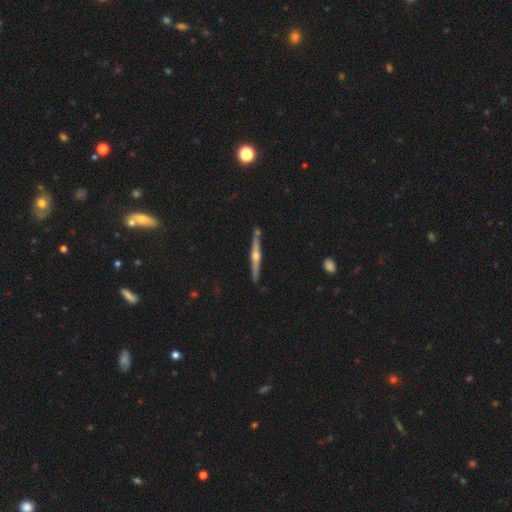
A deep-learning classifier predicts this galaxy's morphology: featured or disk 73%, smooth 21%, star or artifact 6%. Down the decision tree: edge-on disk — yes (97%); edge-on bulge — rounded (90%); merging — none (84%).